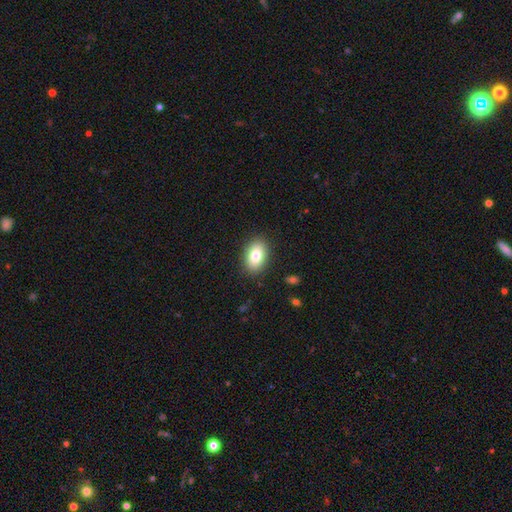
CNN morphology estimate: A smooth galaxy with no disk features (81%) that is in between round and cigar-shaped (88%).

Vote fractions:
- Smooth or featured? smooth: 81% / featured or disk: 11% / star or artifact: 8%
- How rounded? in between: 88% / round: 11% / cigar-shaped: 1%
- Merging? none: 88% / minor disturbance: 9% / major disturbance: 2% / merger: 1%